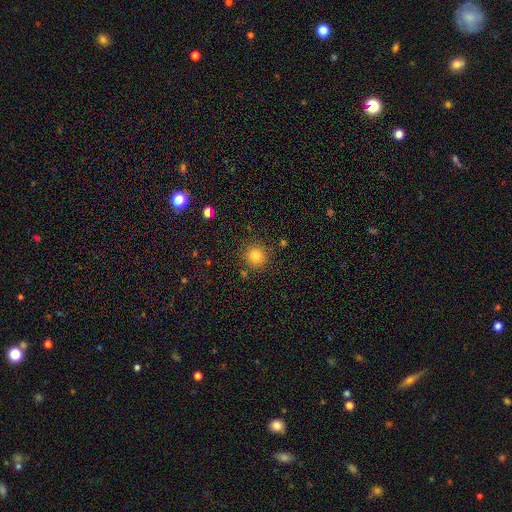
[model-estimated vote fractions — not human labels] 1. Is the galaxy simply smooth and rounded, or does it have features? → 82% smooth, 12% star or artifact, 6% featured or disk.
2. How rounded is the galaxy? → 92% round, 7% in between, 1% cigar-shaped.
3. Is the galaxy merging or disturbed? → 86% none, 8% minor disturbance, 3% merger, 3% major disturbance.